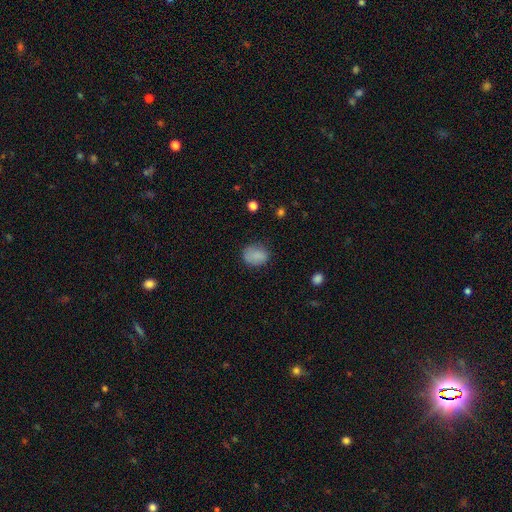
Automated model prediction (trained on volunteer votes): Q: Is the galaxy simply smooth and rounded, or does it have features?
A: smooth — 83%.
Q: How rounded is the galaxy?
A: in between — 57%.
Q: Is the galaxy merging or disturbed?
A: none — 71%.